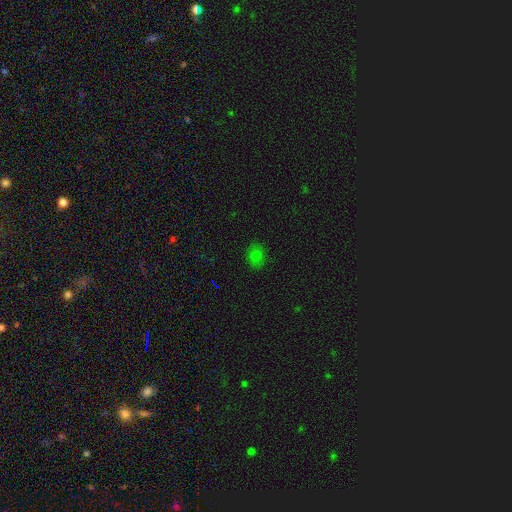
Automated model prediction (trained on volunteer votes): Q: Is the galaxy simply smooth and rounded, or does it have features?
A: smooth — 73%.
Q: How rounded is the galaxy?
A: round — 52%.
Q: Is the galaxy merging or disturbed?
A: none — 83%.